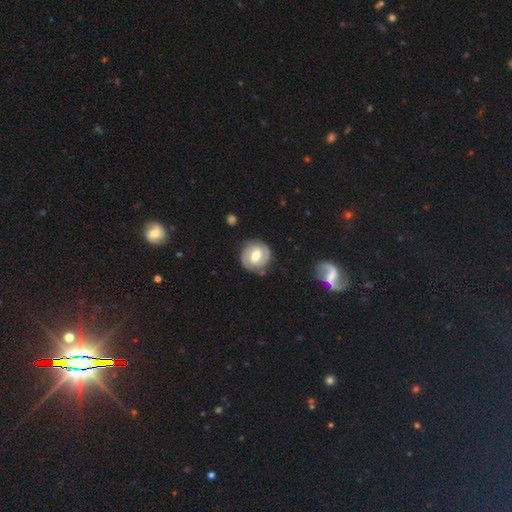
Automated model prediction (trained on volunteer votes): smooth_or_featured: featured or disk (p=0.76) [alt: smooth p=0.19]
disk_edge_on: no (p=0.97) [alt: yes p=0.03]
bar: weak (p=0.49) [alt: no p=0.29]
has_spiral_arms: yes (p=0.91) [alt: no p=0.09]
spiral_winding: tight (p=0.60) [alt: medium p=0.32]
spiral_arm_count: 2 (p=0.84) [alt: can't tell p=0.08]
bulge_size: moderate (p=0.75) [alt: small p=0.13]
merging: none (p=0.81) [alt: minor disturbance p=0.13]